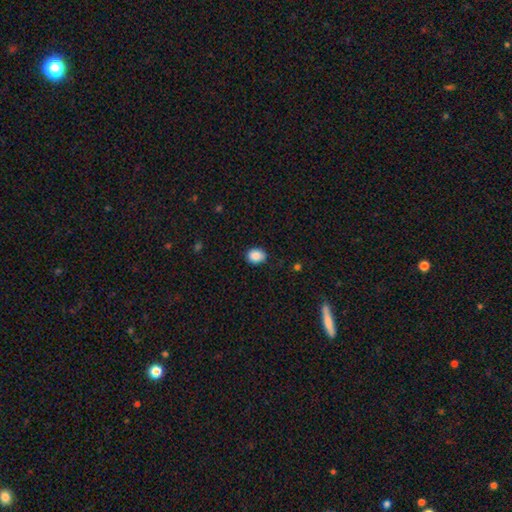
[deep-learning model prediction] smooth_or_featured: smooth (p=0.88) [alt: star or artifact p=0.08]
how_rounded: in between (p=0.55) [alt: round p=0.44]
merging: none (p=0.84) [alt: minor disturbance p=0.12]